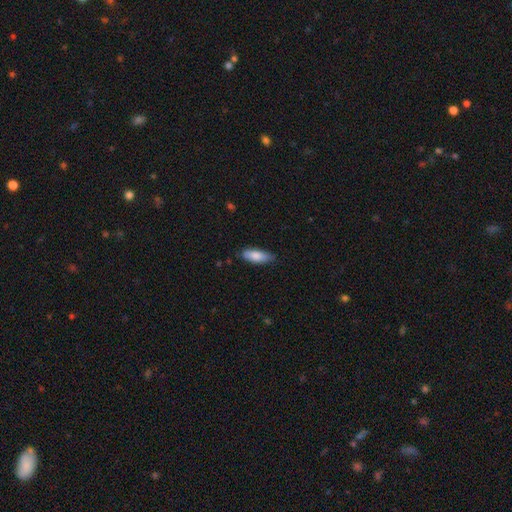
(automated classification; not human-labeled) A smooth galaxy with no disk features (82%) that is in between round and cigar-shaped (66%). Merging: none (76%).